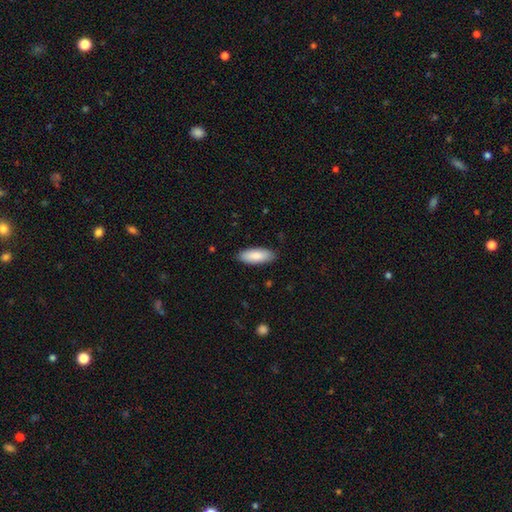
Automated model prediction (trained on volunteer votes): Smooth or featured?
  - smooth: 88% *
  - featured or disk: 7%
  - star or artifact: 5%
How rounded?
  - in between: 77% *
  - cigar-shaped: 22%
  - round: 1%
Merging?
  - none: 88% *
  - minor disturbance: 9%
  - major disturbance: 2%
  - merger: 1%